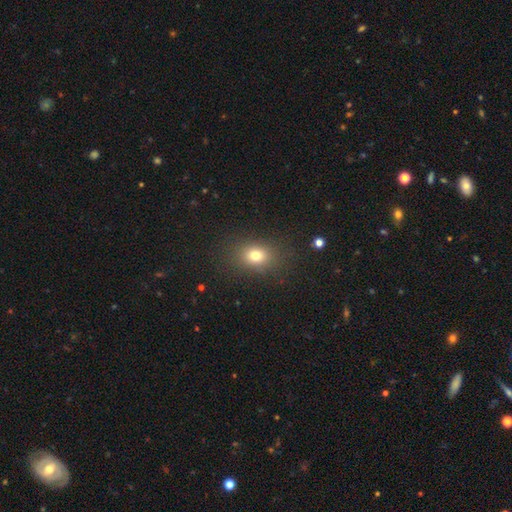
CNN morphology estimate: A smooth galaxy with no disk features (75%) that is in between round and cigar-shaped (56%). Merging: none (84%).